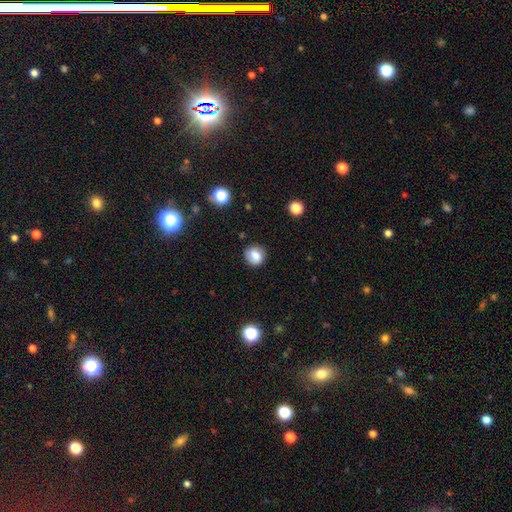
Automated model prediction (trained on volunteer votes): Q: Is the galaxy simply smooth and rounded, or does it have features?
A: smooth — 78%.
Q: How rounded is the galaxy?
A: round — 80%.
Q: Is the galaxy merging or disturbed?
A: none — 82%.